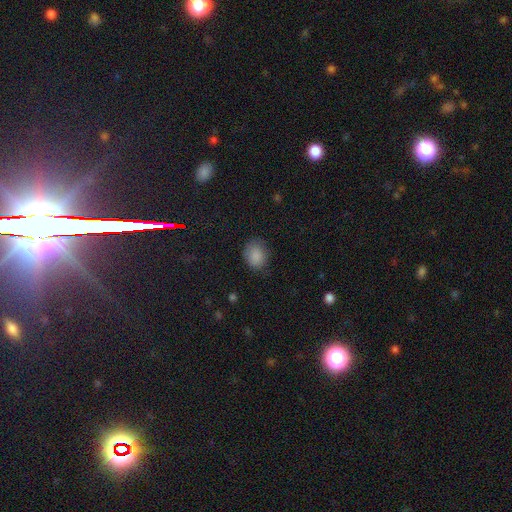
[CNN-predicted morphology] Smooth or featured: smooth — 86% (star or artifact — 9%)
How rounded: in between — 52% (round — 47%)
Merging: none — 74% (minor disturbance — 20%)